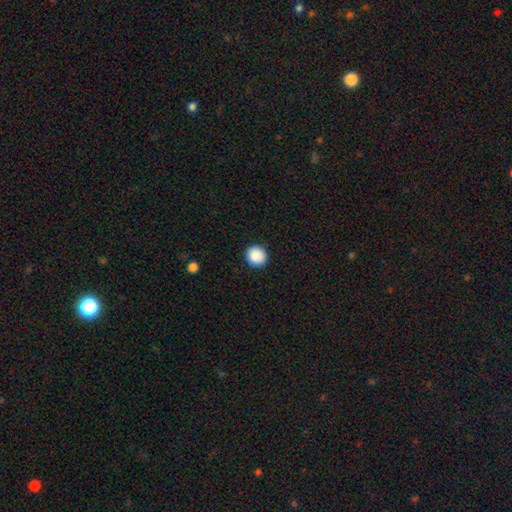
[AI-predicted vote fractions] Smooth or featured: smooth — 89% (star or artifact — 8%)
How rounded: round — 93% (in between — 6%)
Merging: none — 91% (minor disturbance — 6%)